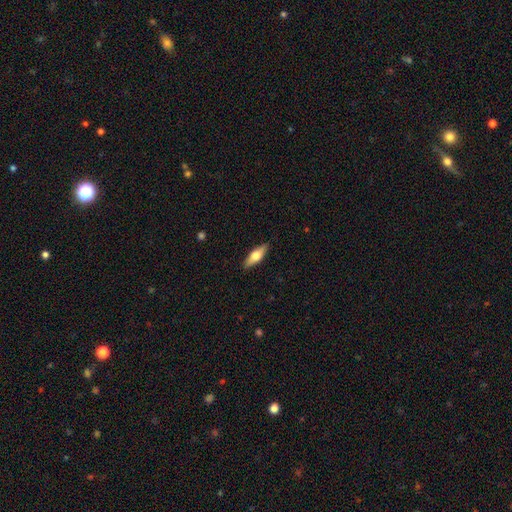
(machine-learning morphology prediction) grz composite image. It shows a smooth galaxy with no disk features (56%) that is in between round and cigar-shaped (57%). Merging: none (89%).